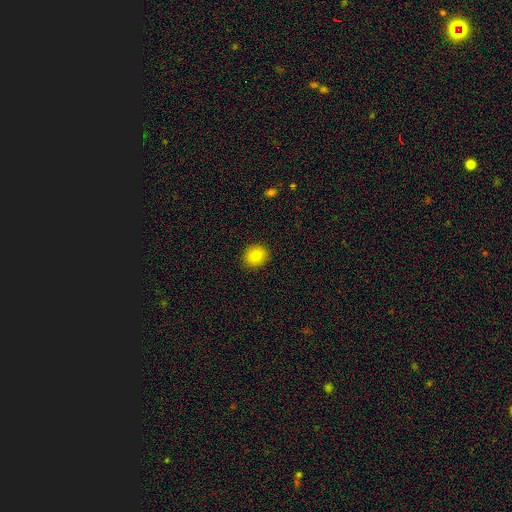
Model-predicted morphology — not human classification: Smooth or featured: smooth — 83% (star or artifact — 10%)
How rounded: round — 72% (in between — 27%)
Merging: none — 91% (minor disturbance — 6%)